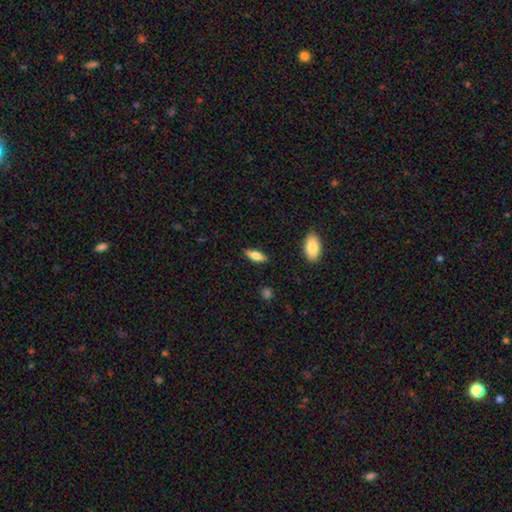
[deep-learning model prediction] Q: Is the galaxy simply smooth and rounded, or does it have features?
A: smooth — 64%.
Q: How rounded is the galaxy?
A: in between — 67%.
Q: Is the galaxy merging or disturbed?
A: none — 86%.